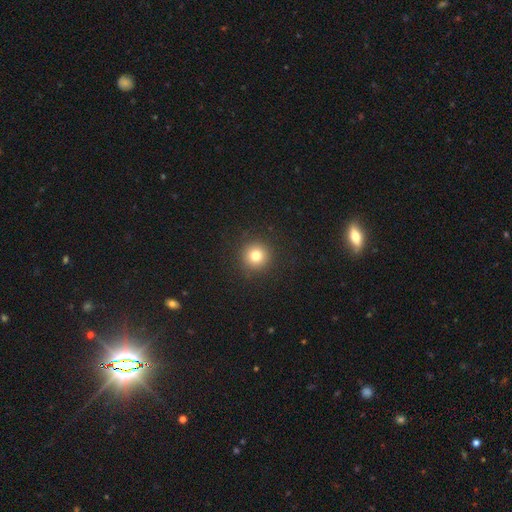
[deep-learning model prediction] This is likely a smooth galaxy (80%). How rounded: clearly round (95%). Merging: clearly none (91%).